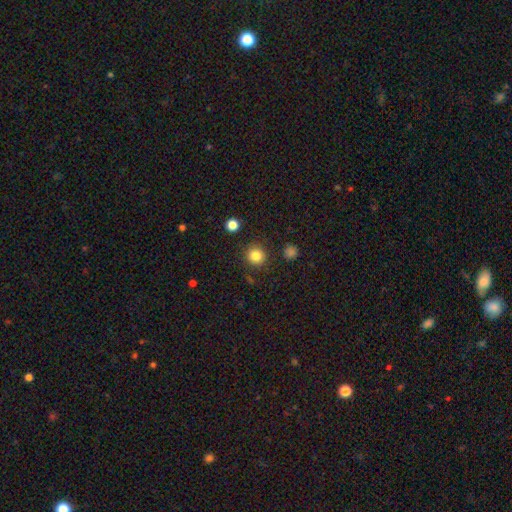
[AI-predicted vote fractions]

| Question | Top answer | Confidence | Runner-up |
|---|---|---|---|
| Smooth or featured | smooth | 84% | star or artifact (11%) |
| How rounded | round | 93% | in between (6%) |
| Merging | none | 89% | minor disturbance (6%) |